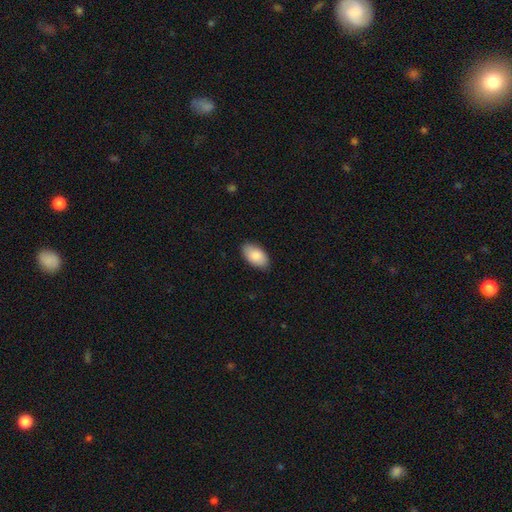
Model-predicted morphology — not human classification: Q: Smooth or featured?
A: smooth (87%); runner-up: featured or disk (7%)
Q: How rounded?
A: in between (95%); runner-up: round (3%)
Q: Merging?
A: none (86%); runner-up: minor disturbance (11%)